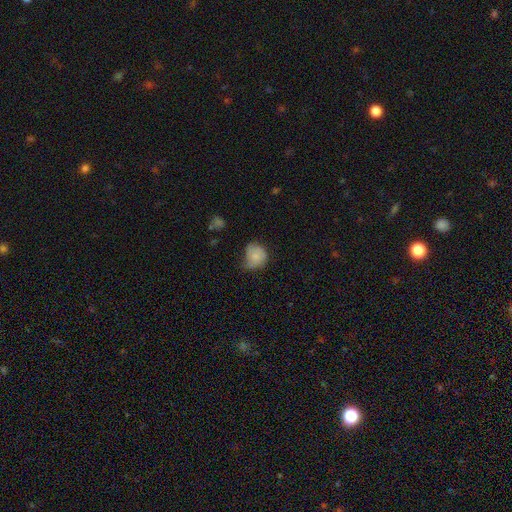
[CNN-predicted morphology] smooth 74%, featured or disk 18%, star or artifact 8%. Down the decision tree: how rounded — round (68%); merging — minor disturbance (43%).